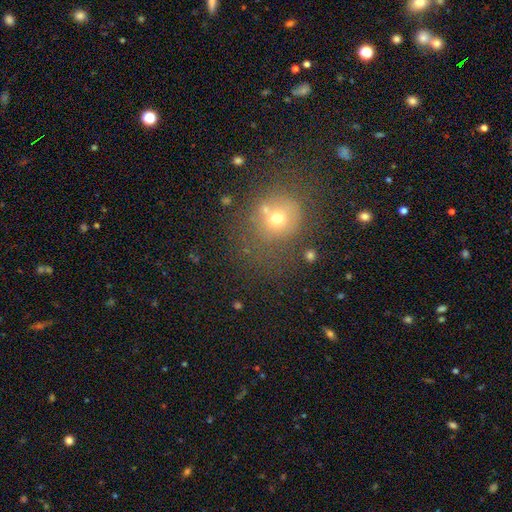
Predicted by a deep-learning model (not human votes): A smooth galaxy with no disk features (57%) that is round (77%).

Vote fractions:
- Smooth or featured? smooth: 57% / star or artifact: 28% / featured or disk: 15%
- How rounded? round: 77% / in between: 22% / cigar-shaped: 1%
- Merging? none: 71% / minor disturbance: 15% / major disturbance: 8% / merger: 6%